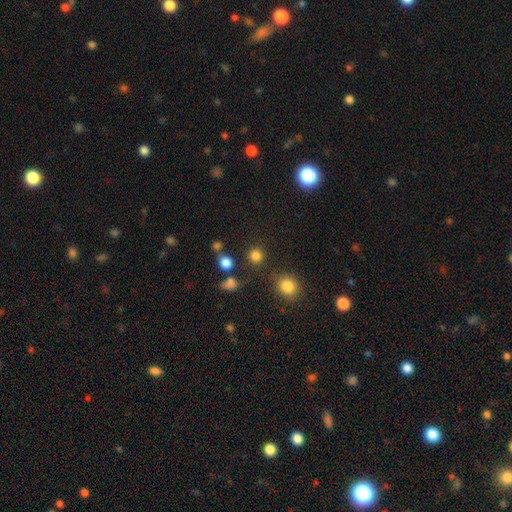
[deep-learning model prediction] Q: Smooth or featured?
A: smooth (81%); runner-up: star or artifact (15%)
Q: How rounded?
A: round (91%); runner-up: in between (8%)
Q: Merging?
A: none (83%); runner-up: minor disturbance (8%)